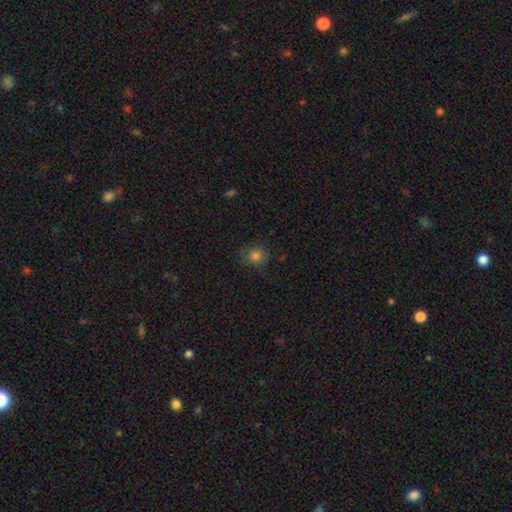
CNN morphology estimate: A smooth galaxy with no disk features (81%) that is round (81%). Merging: none (82%).